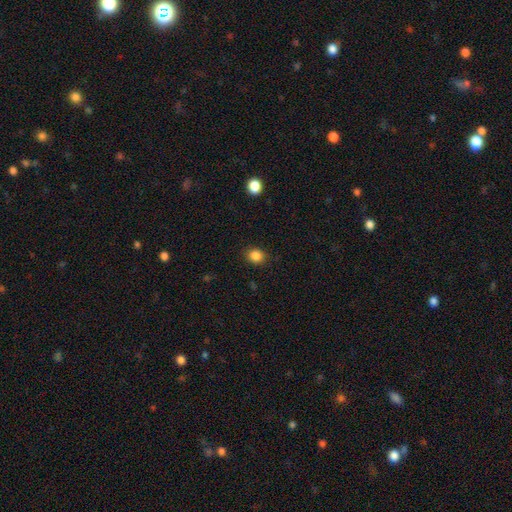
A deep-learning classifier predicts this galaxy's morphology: Overall: smooth (86%). How rounded: round (74%). Merging: none (88%).